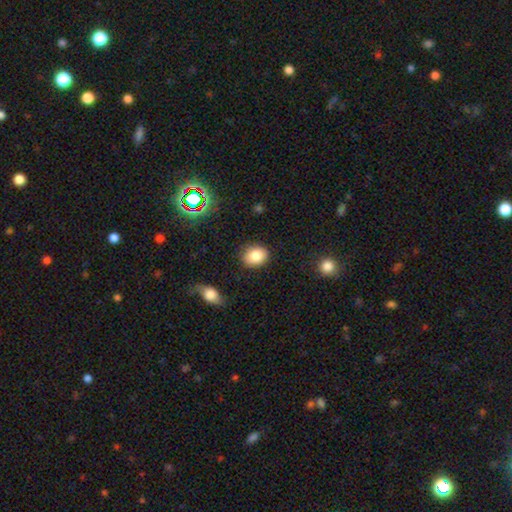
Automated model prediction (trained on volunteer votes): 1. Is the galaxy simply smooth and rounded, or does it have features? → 83% smooth, 10% star or artifact, 7% featured or disk.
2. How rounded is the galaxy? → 53% round, 46% in between, 1% cigar-shaped.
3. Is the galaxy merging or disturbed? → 85% none, 10% minor disturbance, 2% major disturbance, 2% merger.